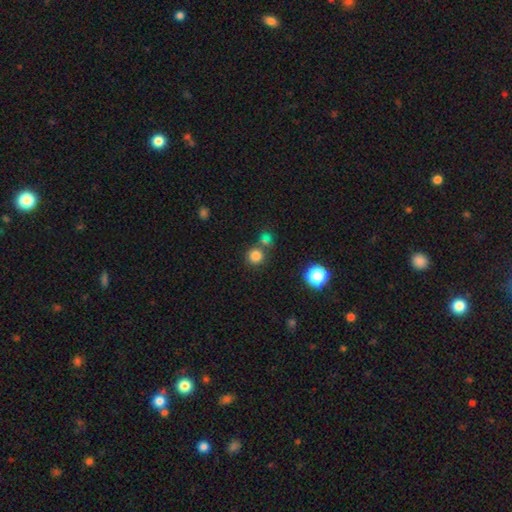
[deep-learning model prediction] A smooth galaxy with no disk features (79%) that is round (91%).

Vote fractions:
- Smooth or featured? smooth: 79% / star or artifact: 16% / featured or disk: 5%
- How rounded? round: 91% / in between: 8% / cigar-shaped: 1%
- Merging? none: 72% / merger: 16% / minor disturbance: 8% / major disturbance: 3%